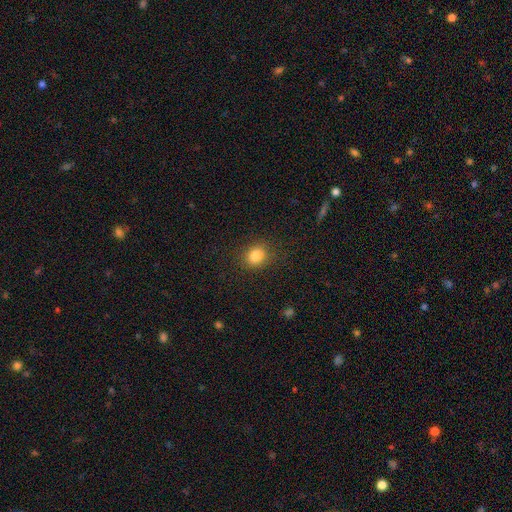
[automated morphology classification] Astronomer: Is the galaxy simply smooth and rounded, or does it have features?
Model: smooth — 83%.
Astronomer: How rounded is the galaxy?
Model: round — 65%.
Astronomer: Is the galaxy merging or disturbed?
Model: none — 86%.